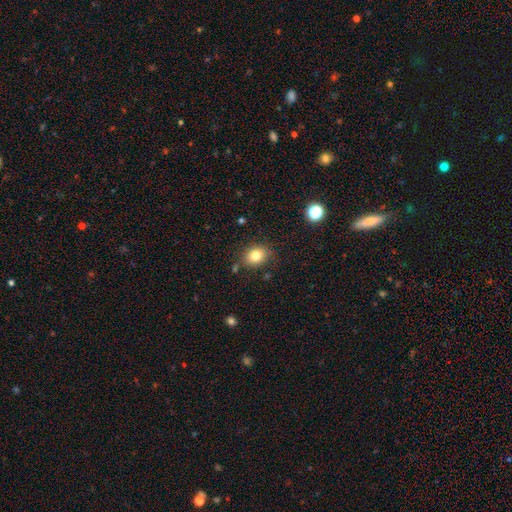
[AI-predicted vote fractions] Q: Smooth or featured?
A: smooth (80%); runner-up: star or artifact (11%)
Q: How rounded?
A: round (55%); runner-up: in between (45%)
Q: Merging?
A: none (81%); runner-up: minor disturbance (12%)